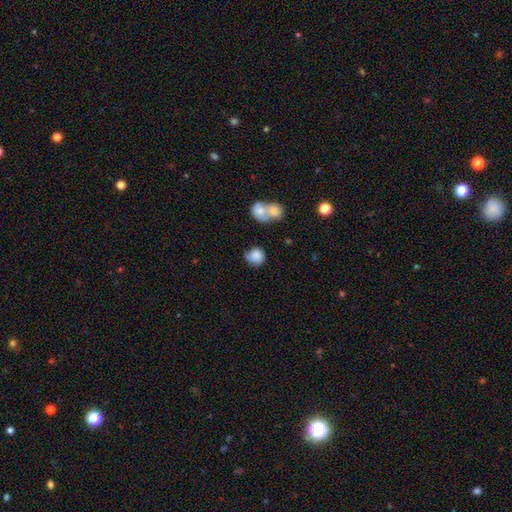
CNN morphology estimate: Smooth or featured? Predicted: smooth (p=0.79). How rounded? Predicted: round (p=0.79). Merging? Predicted: none (p=0.49).